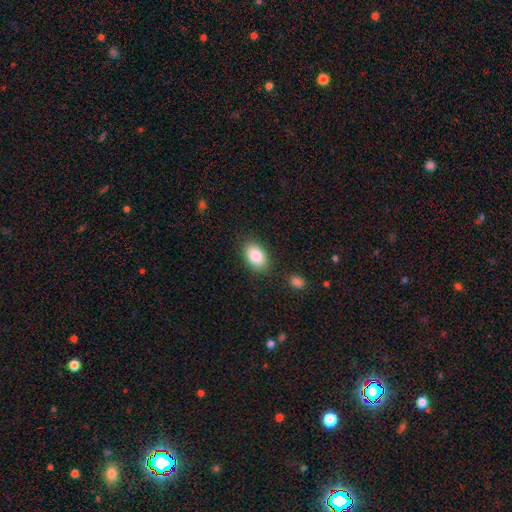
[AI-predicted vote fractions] Smooth or featured?
  - smooth: 86% *
  - star or artifact: 7%
  - featured or disk: 7%
How rounded?
  - in between: 89% *
  - round: 10%
  - cigar-shaped: 1%
Merging?
  - none: 85% *
  - minor disturbance: 10%
  - major disturbance: 3%
  - merger: 2%